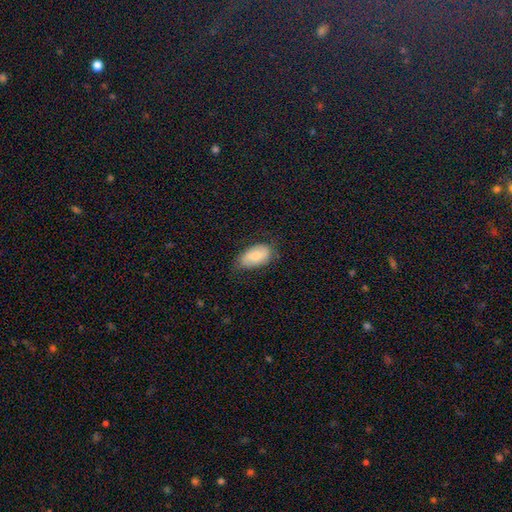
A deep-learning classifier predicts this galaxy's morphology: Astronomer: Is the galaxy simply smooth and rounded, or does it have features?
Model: smooth — 72%.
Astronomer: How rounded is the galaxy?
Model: in between — 94%.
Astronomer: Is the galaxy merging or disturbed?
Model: none — 66%.